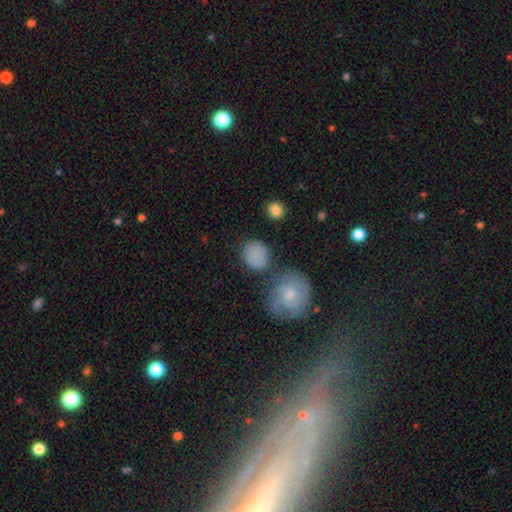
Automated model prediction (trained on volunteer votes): smooth 81%, featured or disk 10%, star or artifact 9%. Down the decision tree: how rounded — round (76%); merging — none (71%).